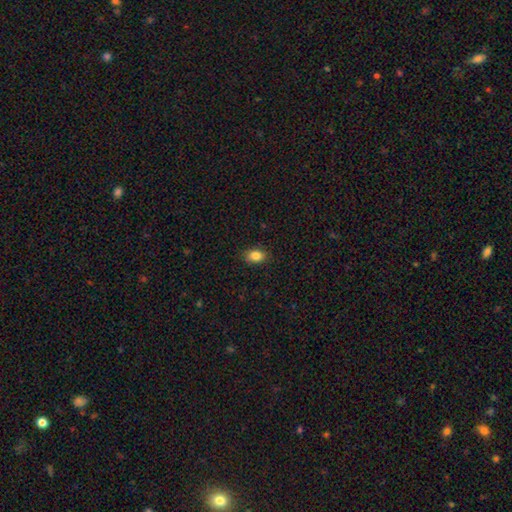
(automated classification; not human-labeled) This is clearly a smooth galaxy (85%). How rounded: likely in between (78%). Merging: clearly none (87%).